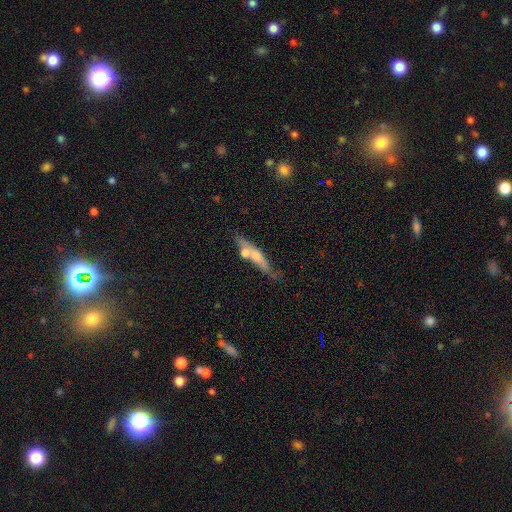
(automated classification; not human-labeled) smooth-or-featured: featured or disk: 50% | smooth: 43% | star or artifact: 7%
  merging: none: 60% | merger: 18% | minor disturbance: 17% | major disturbance: 5%